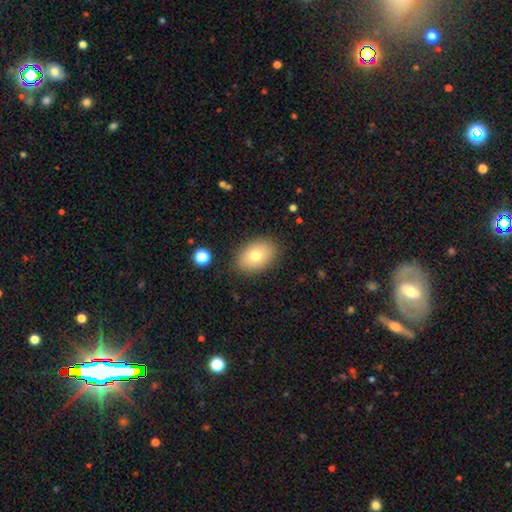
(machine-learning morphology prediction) Smooth or featured?
  - smooth: 77% *
  - featured or disk: 14%
  - star or artifact: 8%
How rounded?
  - in between: 84% *
  - round: 15%
  - cigar-shaped: 1%
Merging?
  - none: 86% *
  - minor disturbance: 10%
  - major disturbance: 3%
  - merger: 1%